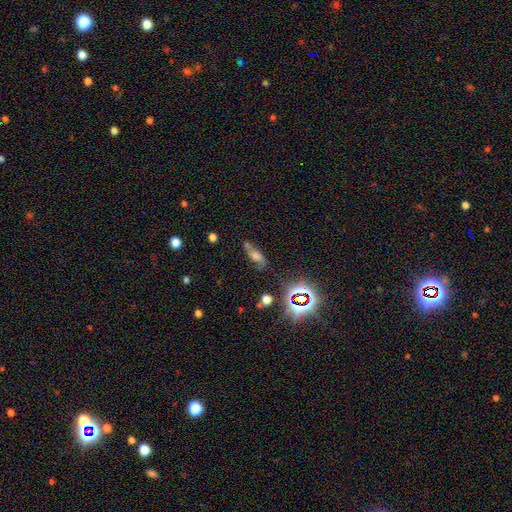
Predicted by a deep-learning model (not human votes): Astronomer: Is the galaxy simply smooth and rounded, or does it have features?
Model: featured or disk — 35% (runner-up: smooth, 33%).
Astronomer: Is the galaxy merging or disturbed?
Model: none — 60%.